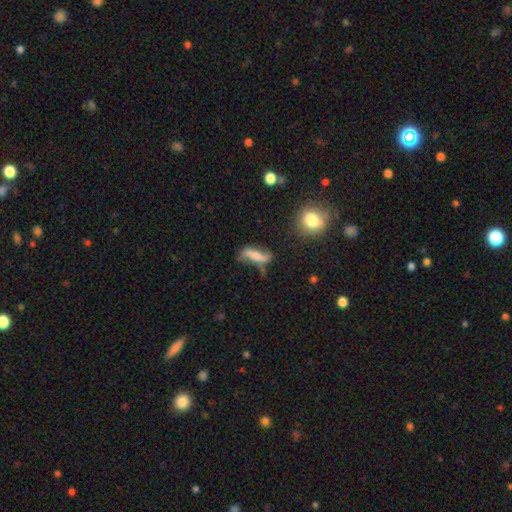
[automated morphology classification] type=featured or disk (50%); edge-on=no (75%); merging=none (49%).